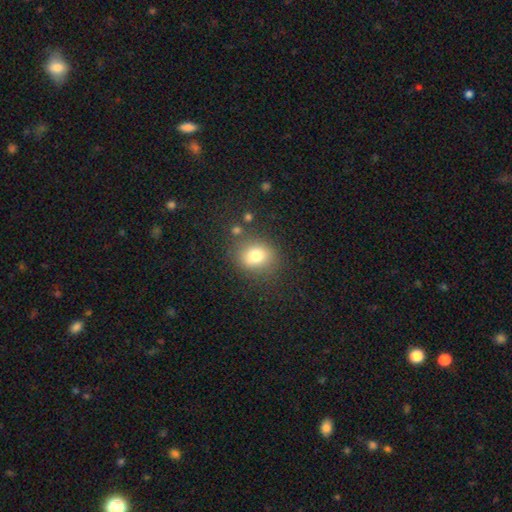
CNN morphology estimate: Smooth or featured?
  - smooth: 78% *
  - star or artifact: 12%
  - featured or disk: 10%
How rounded?
  - round: 70% *
  - in between: 29%
  - cigar-shaped: 1%
Merging?
  - none: 79% *
  - minor disturbance: 12%
  - major disturbance: 5%
  - merger: 4%